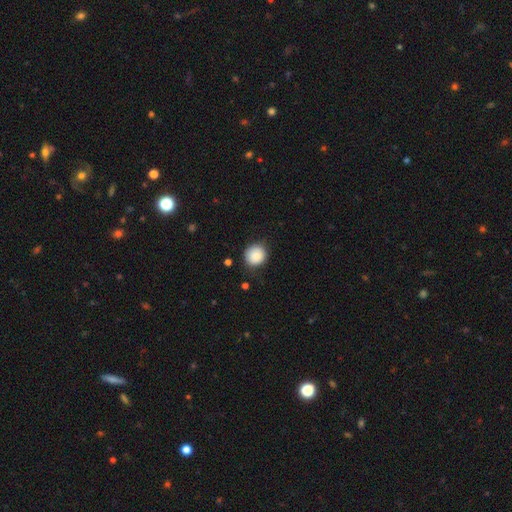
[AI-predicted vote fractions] A smooth galaxy with no disk features (85%) that is round (89%). Merging: none (78%).